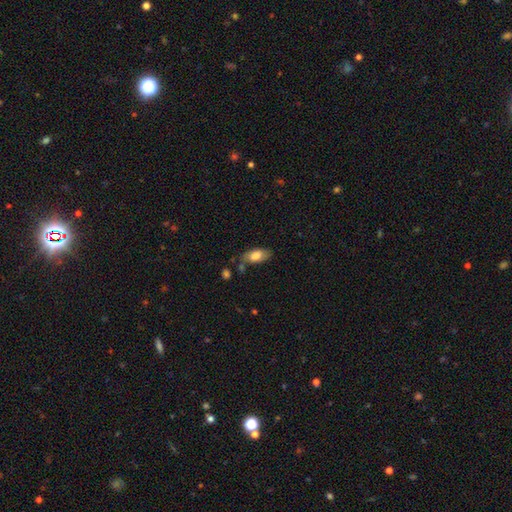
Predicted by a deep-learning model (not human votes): smooth_or_featured: smooth (p=0.78) [alt: featured or disk p=0.15]
how_rounded: in between (p=0.89) [alt: cigar-shaped p=0.08]
merging: none (p=0.62) [alt: minor disturbance p=0.23]